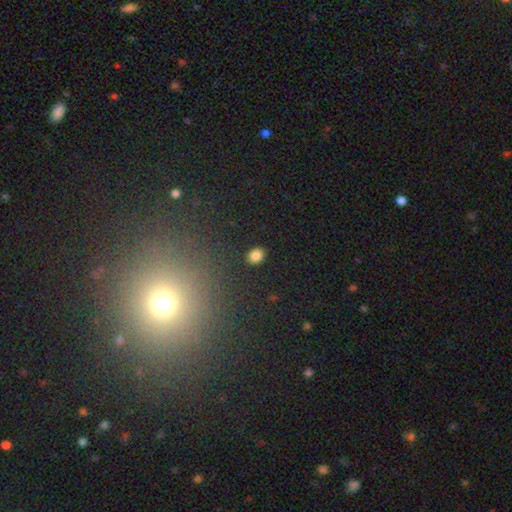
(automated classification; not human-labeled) Smooth or featured: smooth — 84% (star or artifact — 11%)
How rounded: round — 54% (in between — 45%)
Merging: none — 89% (minor disturbance — 7%)